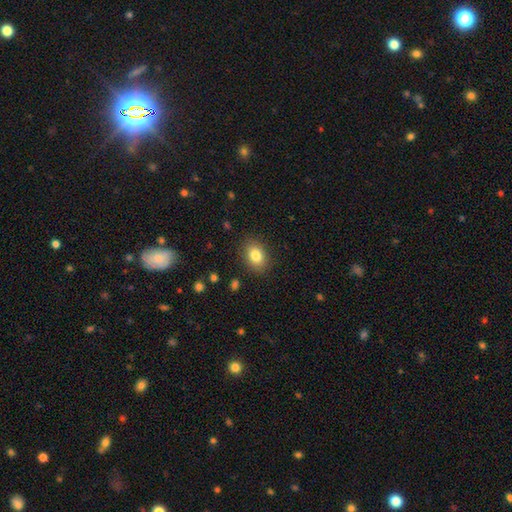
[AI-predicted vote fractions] This appears to be a smooth galaxy with no disk features (83%) that is in between round and cigar-shaped (71%). Merging: none (87%).